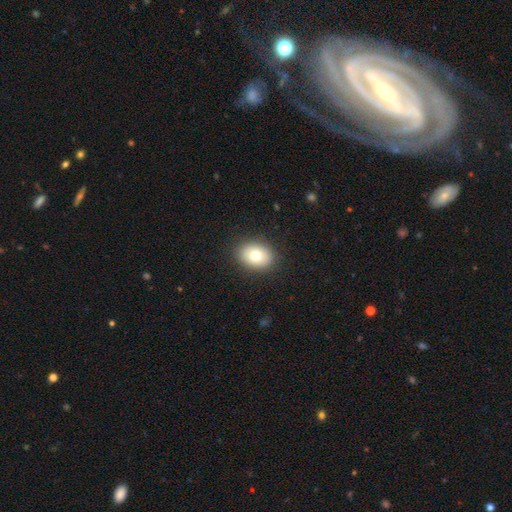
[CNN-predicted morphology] A smooth galaxy with no disk features (77%) that is in between round and cigar-shaped (64%). Merging: none (88%).